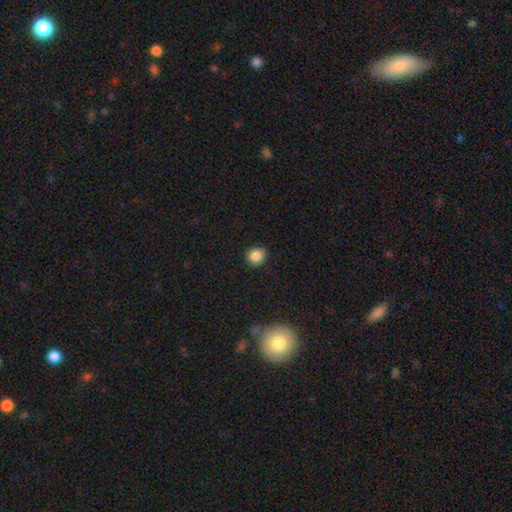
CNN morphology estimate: smooth-or-featured: smooth: 86% | star or artifact: 10% | featured or disk: 4%
  how-rounded: round: 83% | in between: 16% | cigar-shaped: 1%
  merging: none: 80% | minor disturbance: 16% | major disturbance: 3% | merger: 1%